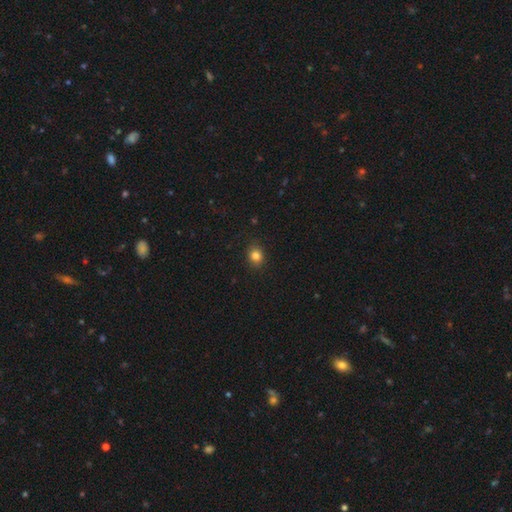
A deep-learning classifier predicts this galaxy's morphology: Smooth or featured: smooth — 83% (star or artifact — 12%)
How rounded: round — 64% (in between — 35%)
Merging: none — 88% (minor disturbance — 9%)